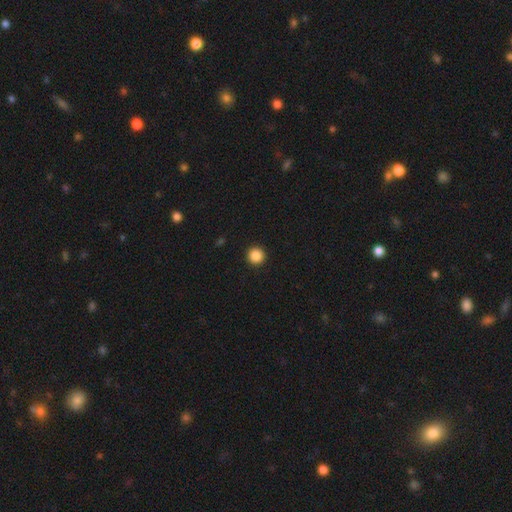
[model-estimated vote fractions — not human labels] Smooth or featured?
  - smooth: 87% *
  - star or artifact: 10%
  - featured or disk: 3%
How rounded?
  - round: 96% *
  - in between: 3%
  - cigar-shaped: 1%
Merging?
  - none: 94% *
  - minor disturbance: 4%
  - major disturbance: 1%
  - merger: 1%